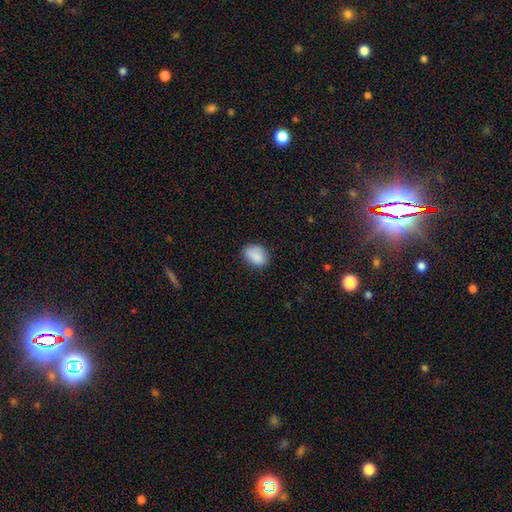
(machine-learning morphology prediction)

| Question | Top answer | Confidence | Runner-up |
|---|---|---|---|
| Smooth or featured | smooth | 87% | star or artifact (8%) |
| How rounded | in between | 74% | round (25%) |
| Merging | none | 75% | minor disturbance (19%) |